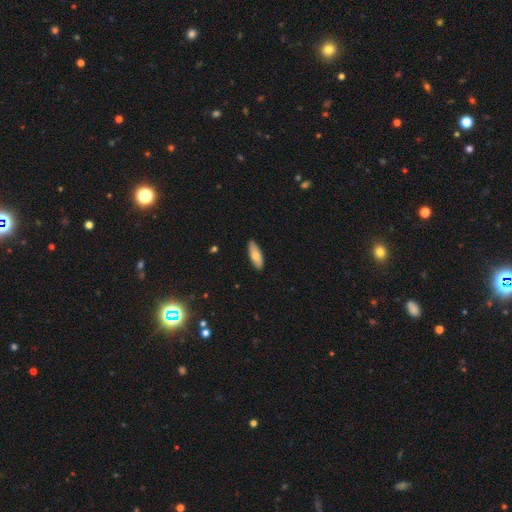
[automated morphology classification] Overall: smooth (77%). How rounded: in between (63%; cigar-shaped 36%). Merging: none (88%).